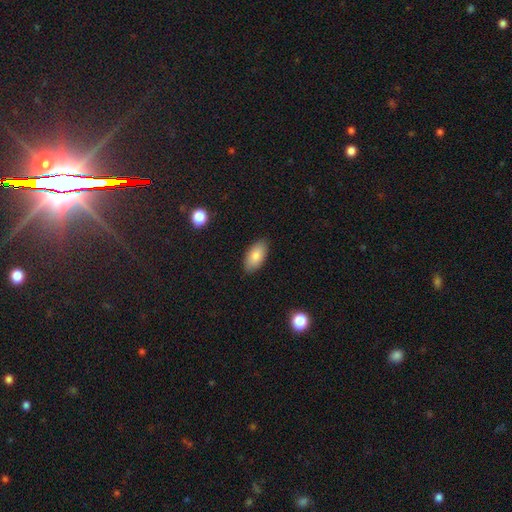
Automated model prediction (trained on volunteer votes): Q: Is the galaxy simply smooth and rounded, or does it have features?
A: smooth — 83%.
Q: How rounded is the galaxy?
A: in between — 94%.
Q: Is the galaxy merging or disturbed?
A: none — 87%.